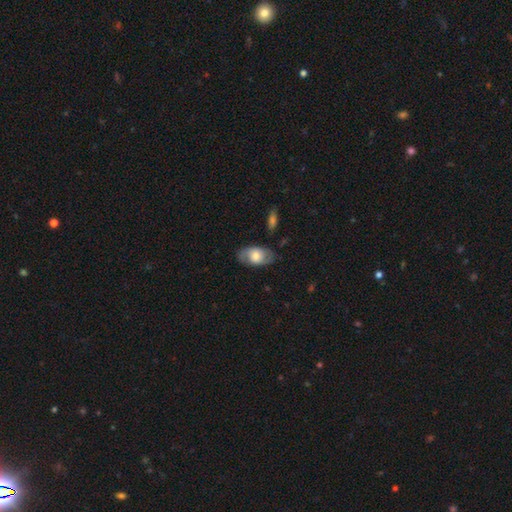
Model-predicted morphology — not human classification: Smooth or featured? smooth (50%)
Merging? none (76%)